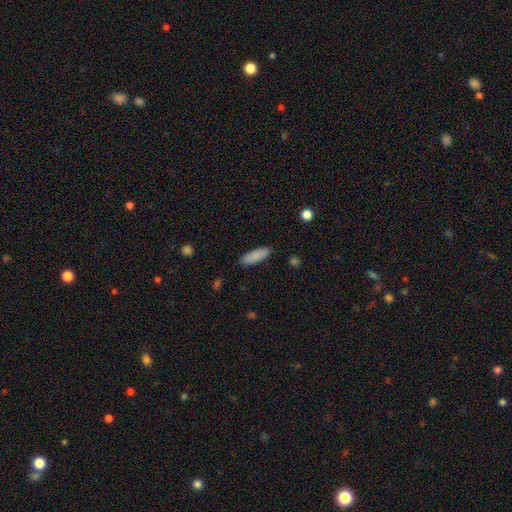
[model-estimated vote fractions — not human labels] smooth-or-featured: smooth: 87% | star or artifact: 6% | featured or disk: 6%
  how-rounded: in between: 57% | cigar-shaped: 41% | round: 2%
  merging: none: 87% | minor disturbance: 9% | major disturbance: 2% | merger: 1%